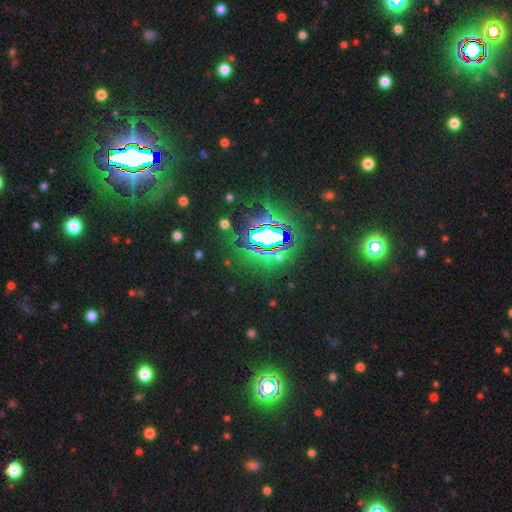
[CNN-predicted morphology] Smooth or featured: star or artifact — 83% (smooth — 9%)